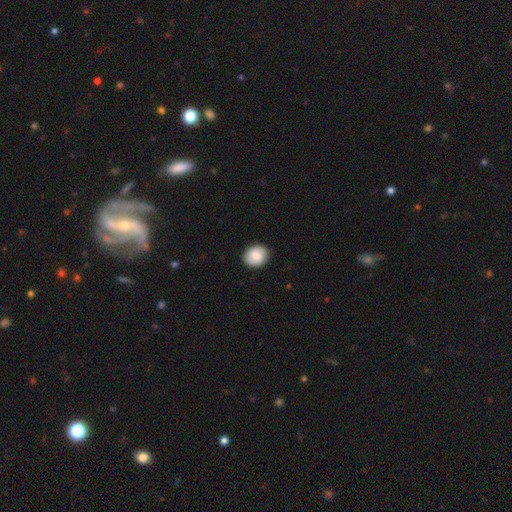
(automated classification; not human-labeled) Smooth or featured?
  - smooth: 80% *
  - featured or disk: 13%
  - star or artifact: 7%
How rounded?
  - round: 64% *
  - in between: 35%
  - cigar-shaped: 1%
Merging?
  - none: 89% *
  - minor disturbance: 8%
  - major disturbance: 2%
  - merger: 1%